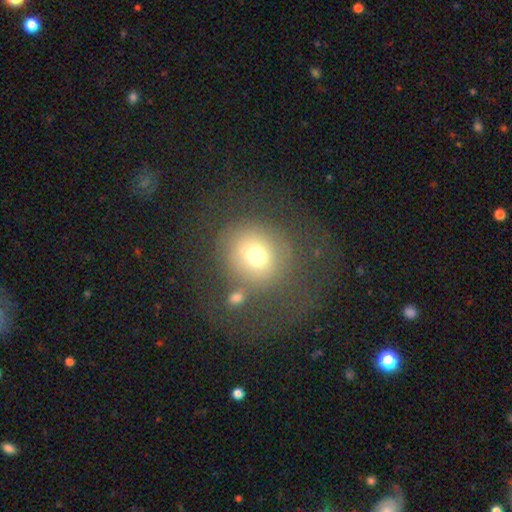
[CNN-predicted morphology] Smooth or featured: smooth — 68% (featured or disk — 17%)
How rounded: round — 86% (in between — 13%)
Merging: none — 58% (major disturbance — 17%)